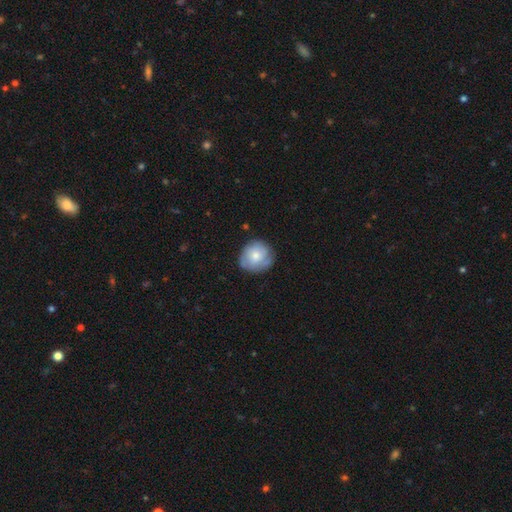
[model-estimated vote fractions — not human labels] smooth_or_featured: smooth (p=0.64) [alt: featured or disk p=0.29]
how_rounded: round (p=0.87) [alt: in between p=0.12]
merging: none (p=0.73) [alt: minor disturbance p=0.21]